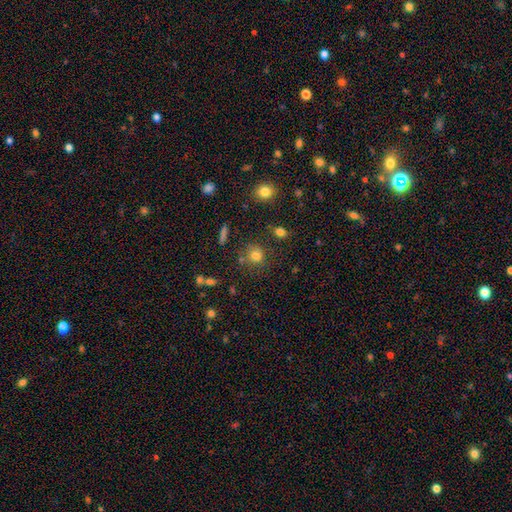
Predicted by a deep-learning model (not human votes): The model was most divided on "merging": none: 68%, minor disturbance: 15%, merger: 11%, major disturbance: 6%. More confident: how rounded — round (83%); smooth or featured — smooth (77%).